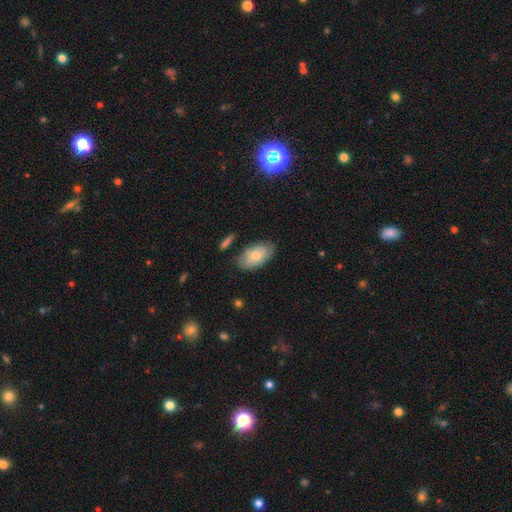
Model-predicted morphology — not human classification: Smooth or featured?
  - smooth: 66% *
  - featured or disk: 27%
  - star or artifact: 7%
How rounded?
  - in between: 93% *
  - round: 5%
  - cigar-shaped: 2%
Merging?
  - none: 75% *
  - minor disturbance: 18%
  - major disturbance: 4%
  - merger: 3%